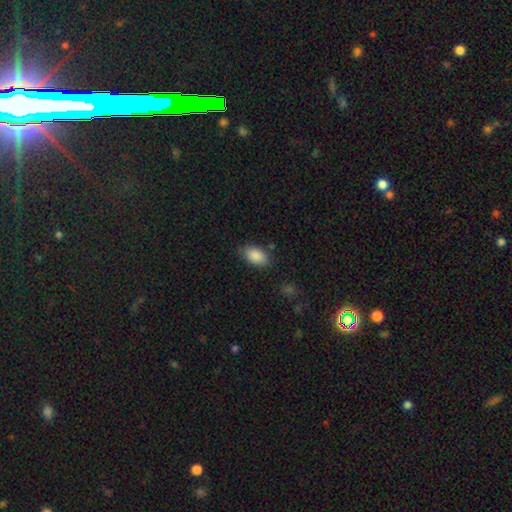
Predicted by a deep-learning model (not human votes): smooth 89%, star or artifact 7%, featured or disk 4%. Down the decision tree: how rounded — in between (92%); merging — none (80%).